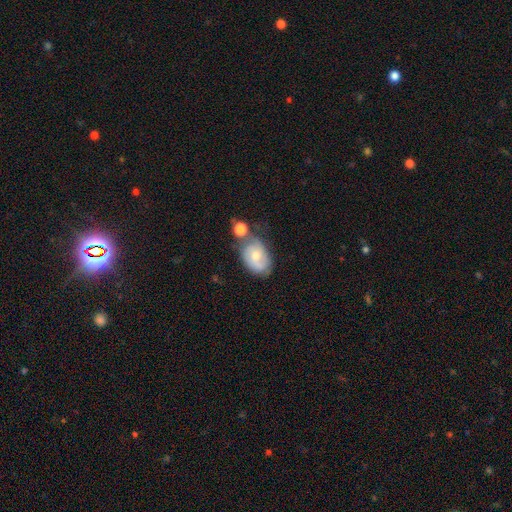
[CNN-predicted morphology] Q: Smooth or featured?
A: featured or disk (48%); runner-up: smooth (44%)
Q: Merging?
A: none (41%); runner-up: minor disturbance (25%)